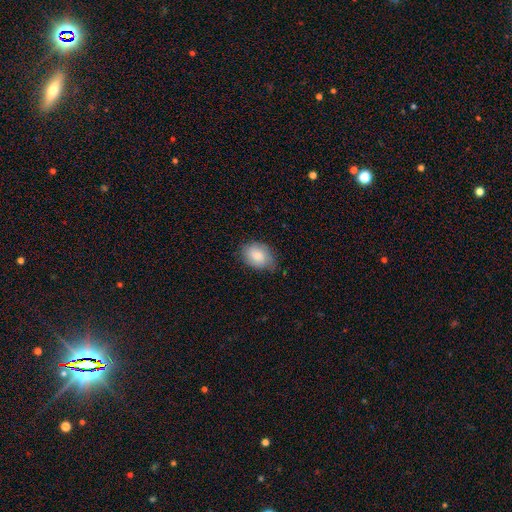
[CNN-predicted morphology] Smooth or featured? Predicted: smooth (p=0.80). How rounded? Predicted: in between (p=0.76). Merging? Predicted: none (p=0.69).